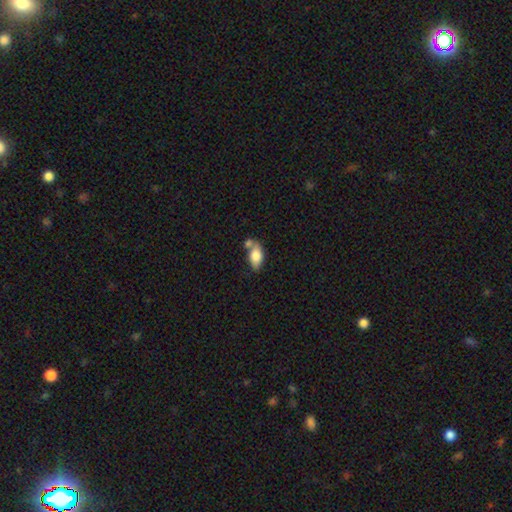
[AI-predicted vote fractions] smooth_or_featured: smooth (p=0.79) [alt: featured or disk p=0.14]
how_rounded: in between (p=0.90) [alt: round p=0.06]
merging: none (p=0.40) [alt: merger p=0.37]